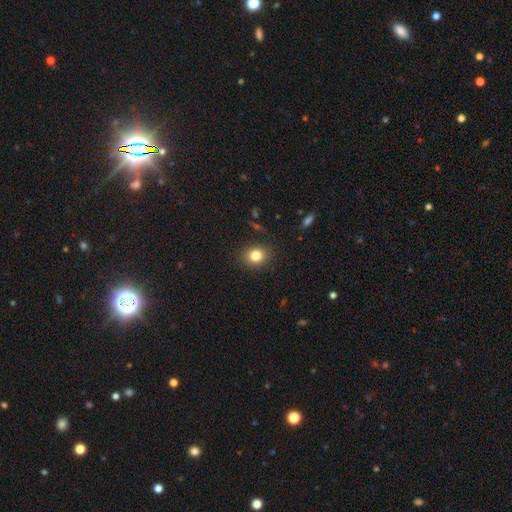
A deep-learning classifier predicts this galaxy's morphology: Smooth or featured? smooth (82%)
How rounded? round (68%)
Merging? none (87%)